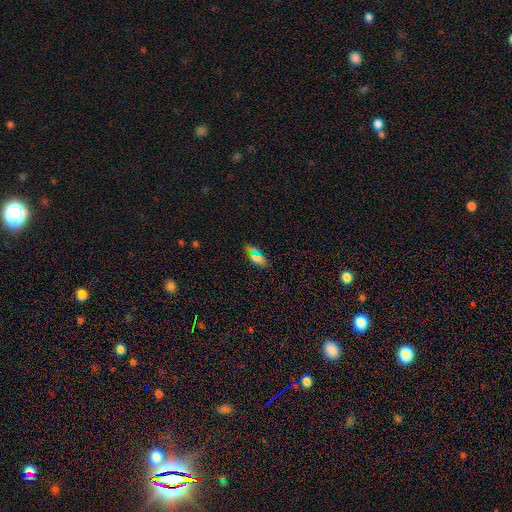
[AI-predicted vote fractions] Overall: smooth (66%). How rounded: in between (82%). Merging: none (78%).